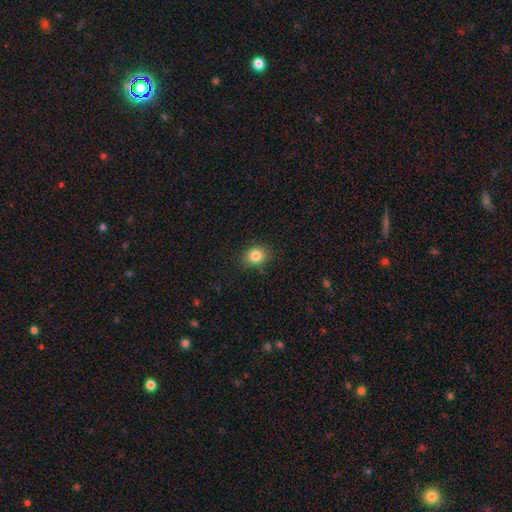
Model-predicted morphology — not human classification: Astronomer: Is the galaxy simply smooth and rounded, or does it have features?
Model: smooth — 84%.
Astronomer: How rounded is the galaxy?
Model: round — 59% (runner-up: in between, 40%).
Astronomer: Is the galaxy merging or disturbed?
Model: none — 86%.